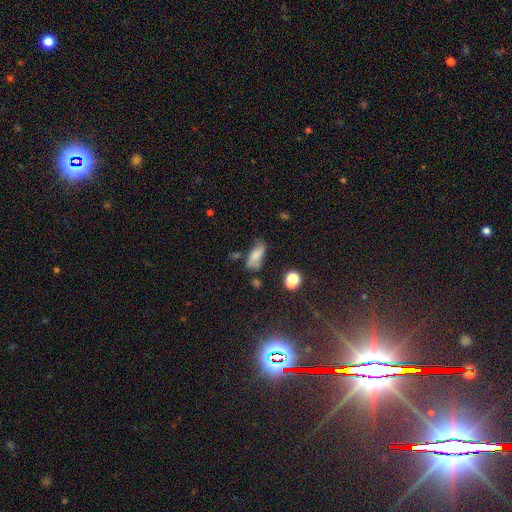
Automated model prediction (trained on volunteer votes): A smooth galaxy with no disk features (72%) that is in between round and cigar-shaped (75%). Merging: none (54%).